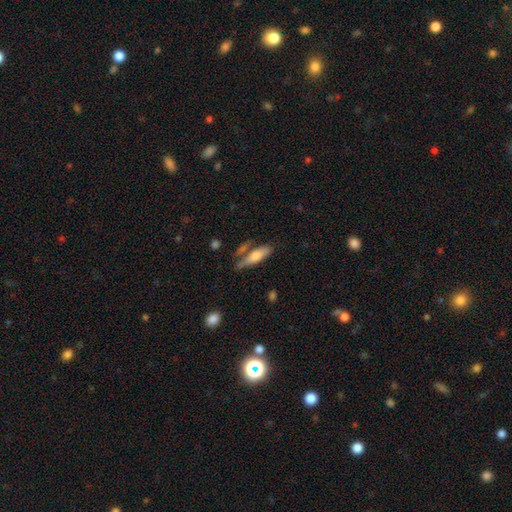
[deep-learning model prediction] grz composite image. It shows a smooth galaxy with no disk features (69%) that is cigar-shaped (53%). Merging: none (55%).